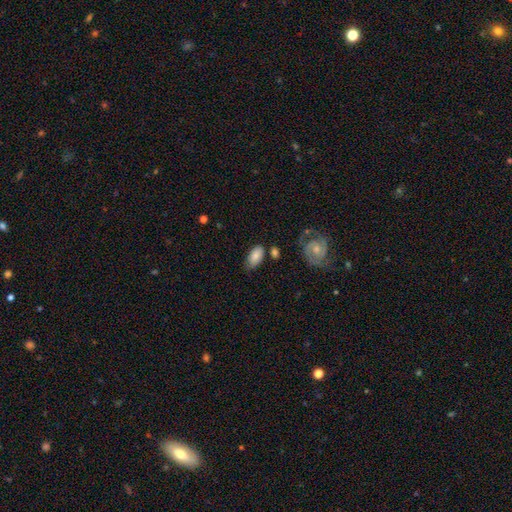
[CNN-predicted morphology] smooth_or_featured: smooth (p=0.77) [alt: featured or disk p=0.17]
how_rounded: in between (p=0.93) [alt: round p=0.04]
merging: none (p=0.68) [alt: minor disturbance p=0.20]